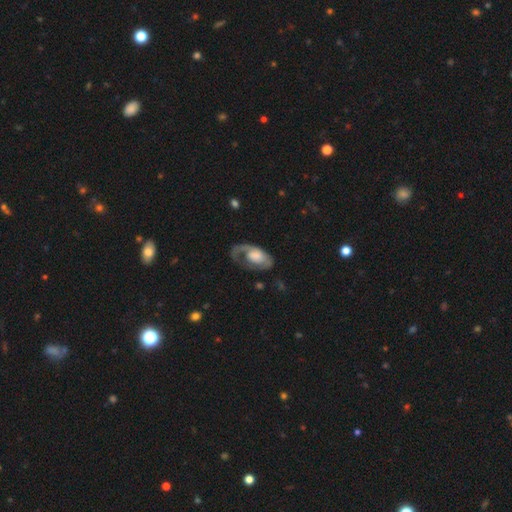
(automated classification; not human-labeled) Morphology: type=featured or disk (65%); edge-on=no (96%); bar=no (73%); spiral arms=yes (79%); bulge=large (40%); merging=major disturbance (40%).